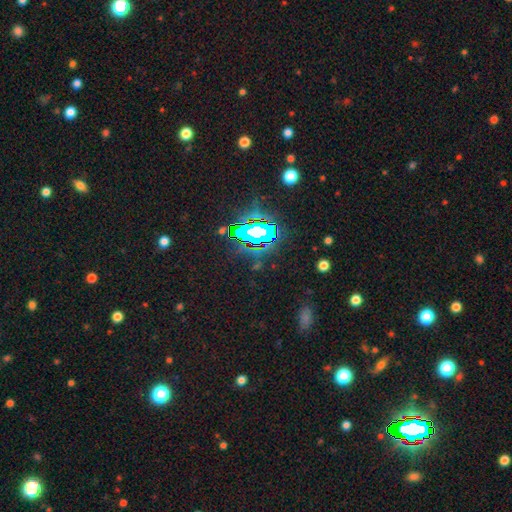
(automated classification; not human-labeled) Smooth or featured? star or artifact (81%)